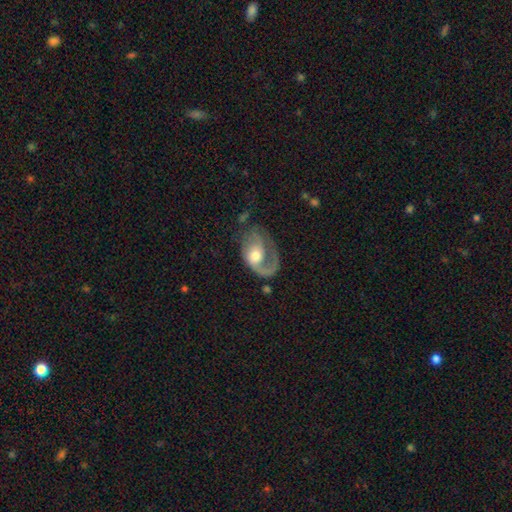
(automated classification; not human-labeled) smooth_or_featured: featured or disk (p=0.74) [alt: smooth p=0.21]
disk_edge_on: no (p=0.97) [alt: yes p=0.03]
bar: no (p=0.68) [alt: weak p=0.26]
has_spiral_arms: yes (p=0.86) [alt: no p=0.14]
spiral_winding: medium (p=0.39) [alt: loose p=0.36]
spiral_arm_count: 1 (p=0.73) [alt: 2 p=0.16]
bulge_size: moderate (p=0.63) [alt: small p=0.19]
merging: major disturbance (p=0.42) [alt: none p=0.35]